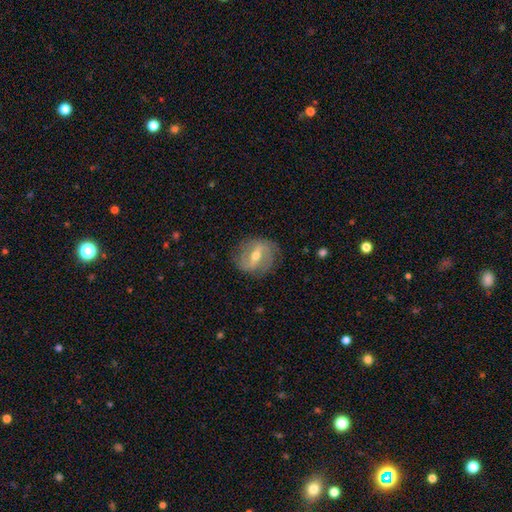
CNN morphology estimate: featured or disk 77%, smooth 16%, star or artifact 7%. Down the decision tree: edge-on disk — no (94%); bar — strong (48%); spiral arms — yes (82%); spiral arm count — 2 (74%); spiral winding — medium (41%); bulge size — moderate (62%); merging — none (76%).